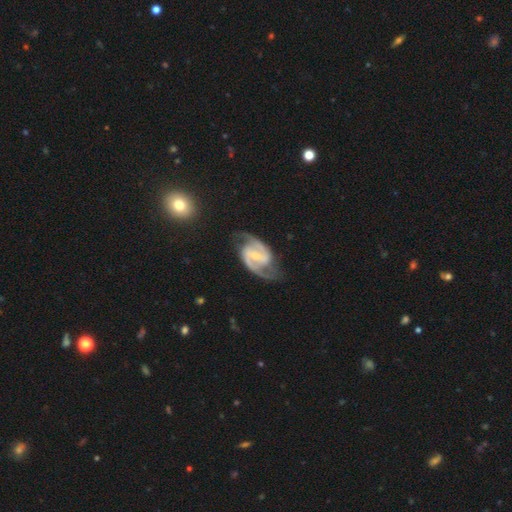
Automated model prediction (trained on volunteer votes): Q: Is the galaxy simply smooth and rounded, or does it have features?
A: featured or disk — 90%.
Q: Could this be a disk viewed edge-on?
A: no — 97%.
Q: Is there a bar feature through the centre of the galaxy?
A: weak — 46%.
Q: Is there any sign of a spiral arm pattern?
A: yes — 97%.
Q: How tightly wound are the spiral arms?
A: medium — 58%.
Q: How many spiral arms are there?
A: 2 — 92%.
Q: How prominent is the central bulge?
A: small — 53%.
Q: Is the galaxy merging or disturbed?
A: none — 74%.